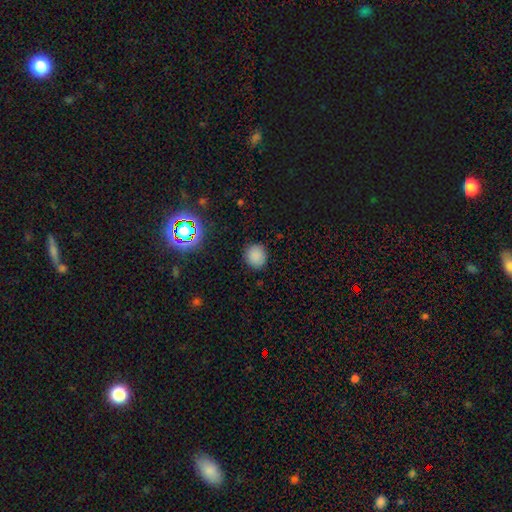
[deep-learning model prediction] Smooth or featured? Predicted: smooth (p=0.82). How rounded? Predicted: round (p=0.85). Merging? Predicted: none (p=0.88).